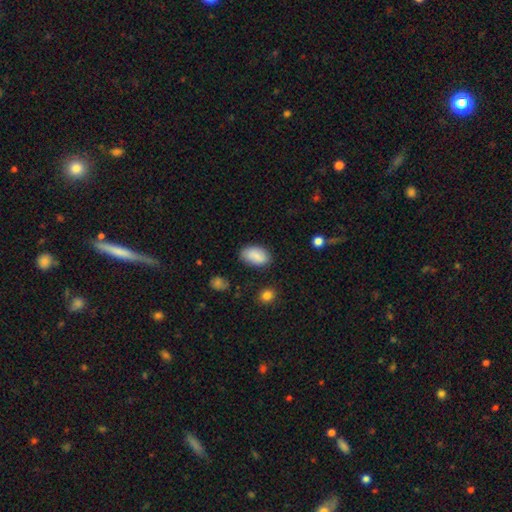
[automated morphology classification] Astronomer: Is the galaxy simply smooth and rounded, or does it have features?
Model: smooth — 84%.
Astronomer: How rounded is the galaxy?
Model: in between — 93%.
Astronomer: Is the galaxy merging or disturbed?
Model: none — 80%.